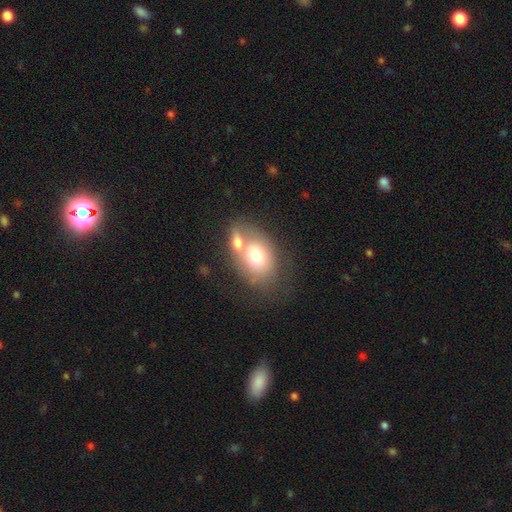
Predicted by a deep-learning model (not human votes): Smooth or featured: smooth — 69% (featured or disk — 23%)
How rounded: in between — 75% (round — 24%)
Merging: merger — 47% (none — 33%)